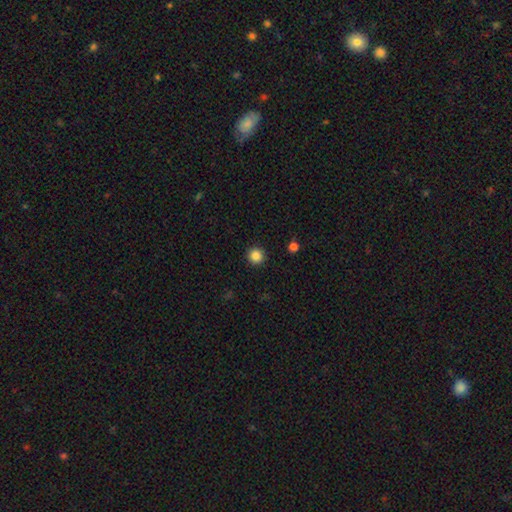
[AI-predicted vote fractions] This appears to be a smooth galaxy with no disk features (86%) that is round (96%). Merging: none (93%).